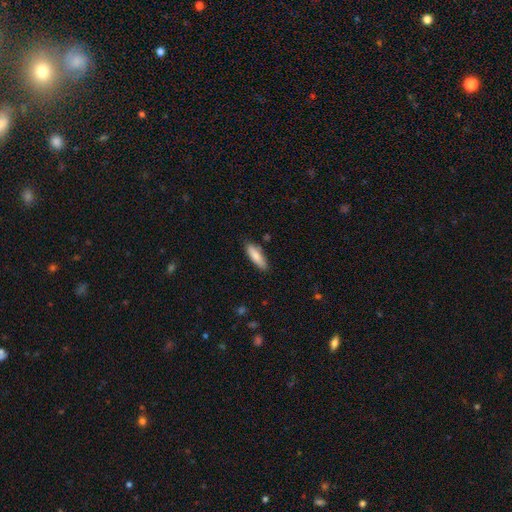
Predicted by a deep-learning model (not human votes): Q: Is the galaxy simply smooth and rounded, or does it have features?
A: smooth — 82%.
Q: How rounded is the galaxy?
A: in between — 50%.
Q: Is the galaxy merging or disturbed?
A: none — 81%.